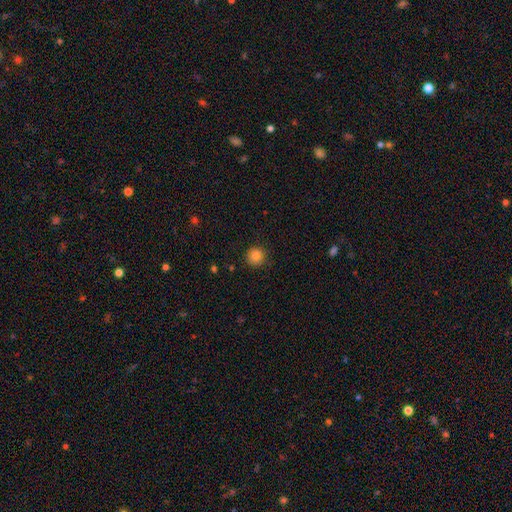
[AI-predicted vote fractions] Smooth or featured: smooth — 85% (star or artifact — 11%)
How rounded: round — 94% (in between — 5%)
Merging: none — 89% (minor disturbance — 8%)